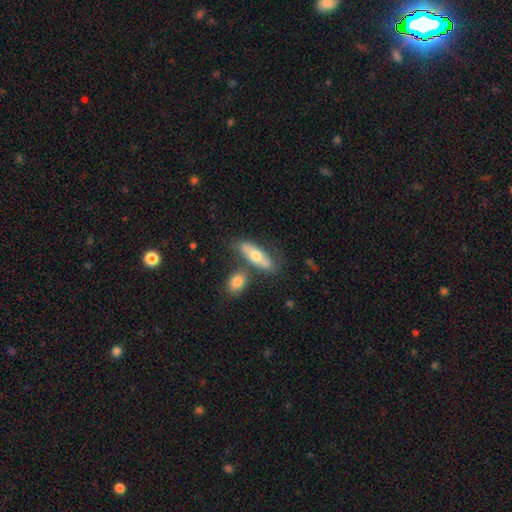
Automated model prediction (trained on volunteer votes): Q: Smooth or featured?
A: smooth (55%); runner-up: featured or disk (39%)
Q: How rounded?
A: in between (53%); runner-up: cigar-shaped (44%)
Q: Merging?
A: none (64%); runner-up: merger (17%)